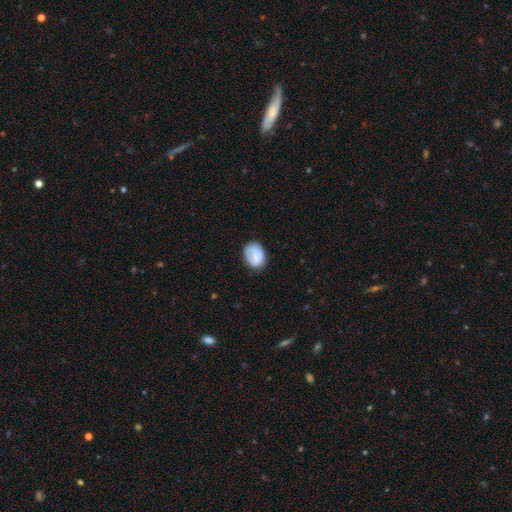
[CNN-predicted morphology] Smooth or featured?
  - smooth: 79% *
  - featured or disk: 14%
  - star or artifact: 7%
How rounded?
  - in between: 73% *
  - round: 26%
  - cigar-shaped: 1%
Merging?
  - none: 70% *
  - minor disturbance: 22%
  - major disturbance: 6%
  - merger: 2%